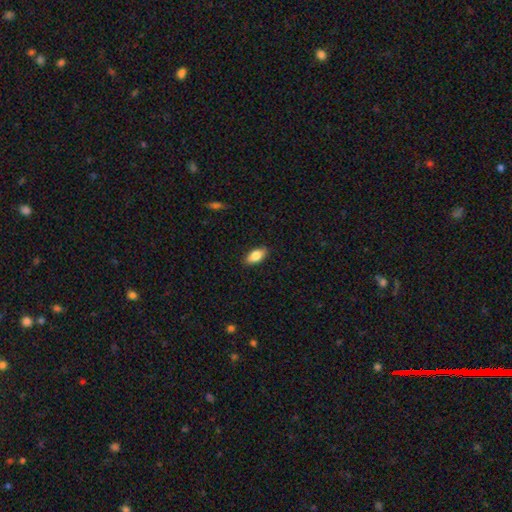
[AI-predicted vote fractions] A smooth galaxy with no disk features (83%) that is in between round and cigar-shaped (91%).

Vote fractions:
- Smooth or featured? smooth: 83% / featured or disk: 10% / star or artifact: 7%
- How rounded? in between: 91% / cigar-shaped: 6% / round: 3%
- Merging? none: 89% / minor disturbance: 8% / major disturbance: 2% / merger: 1%